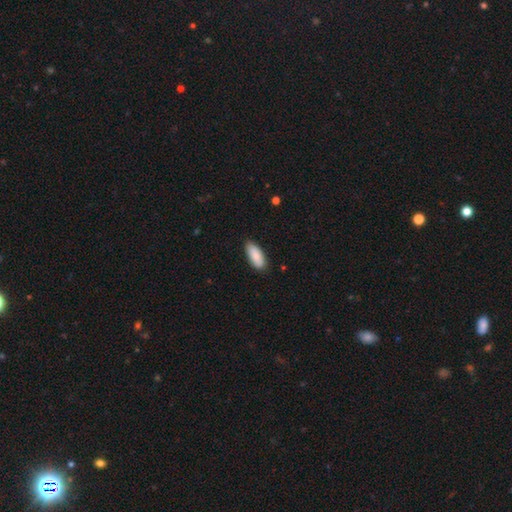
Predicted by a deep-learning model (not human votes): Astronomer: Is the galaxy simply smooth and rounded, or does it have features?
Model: smooth — 86%.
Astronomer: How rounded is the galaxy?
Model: in between — 82%.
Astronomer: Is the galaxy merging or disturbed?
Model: none — 85%.